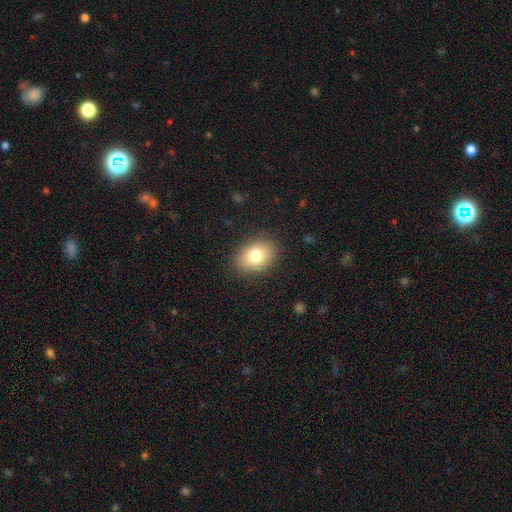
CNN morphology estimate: This is likely a smooth galaxy (79%). How rounded: likely in between (75%). Merging: clearly none (86%).